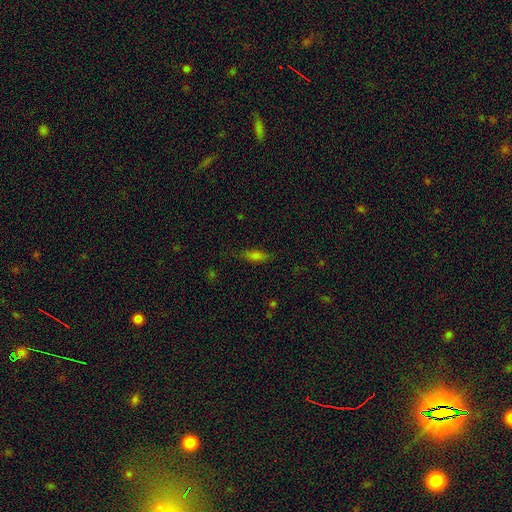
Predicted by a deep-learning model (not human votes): Smooth or featured? smooth (72%)
How rounded? in between (66%)
Merging? none (76%)